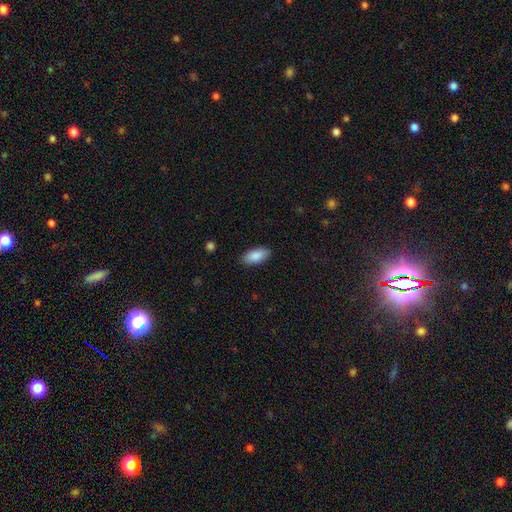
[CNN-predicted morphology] Smooth or featured?
  - smooth: 88% *
  - featured or disk: 6%
  - star or artifact: 6%
How rounded?
  - in between: 90% *
  - cigar-shaped: 8%
  - round: 2%
Merging?
  - none: 88% *
  - minor disturbance: 9%
  - major disturbance: 2%
  - merger: 1%